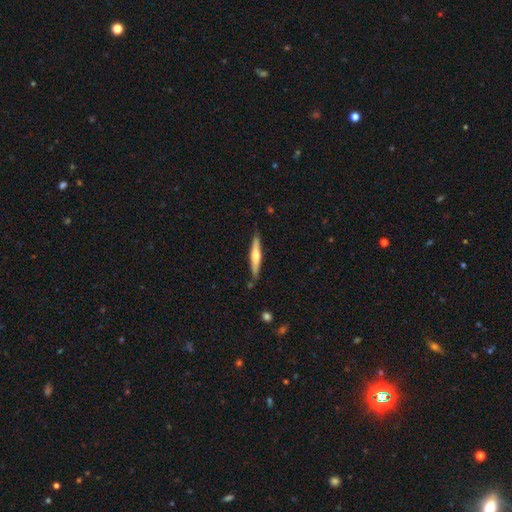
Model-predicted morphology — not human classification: This is possibly a featured or disk galaxy (55%). It is clearly viewed edge-on (96%). Edge-on bulge: clearly rounded (85%). Merging: clearly none (85%).